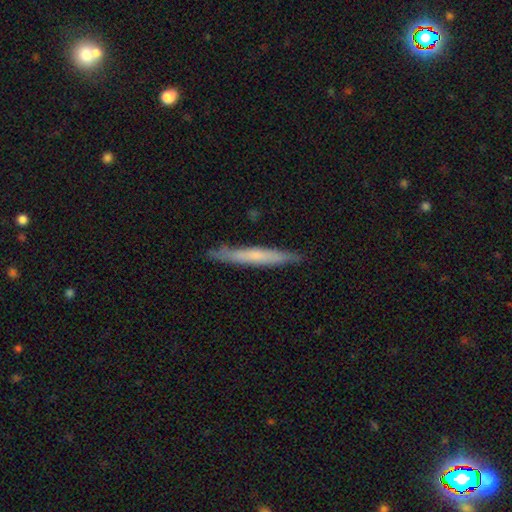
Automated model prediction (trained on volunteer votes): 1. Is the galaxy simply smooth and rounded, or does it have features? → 55% smooth, 39% featured or disk, 6% star or artifact.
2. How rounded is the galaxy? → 96% cigar-shaped, 3% in between, 1% round.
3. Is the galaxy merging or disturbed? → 87% none, 10% minor disturbance, 2% major disturbance, 1% merger.